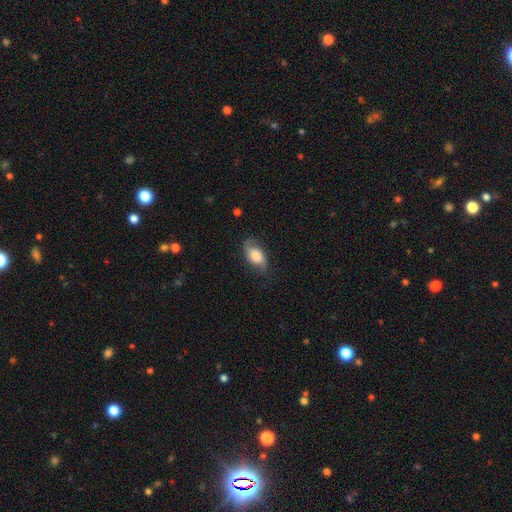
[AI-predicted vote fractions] featured or disk 47%, smooth 45%, star or artifact 8%. Down the decision tree: merging — none (66%).